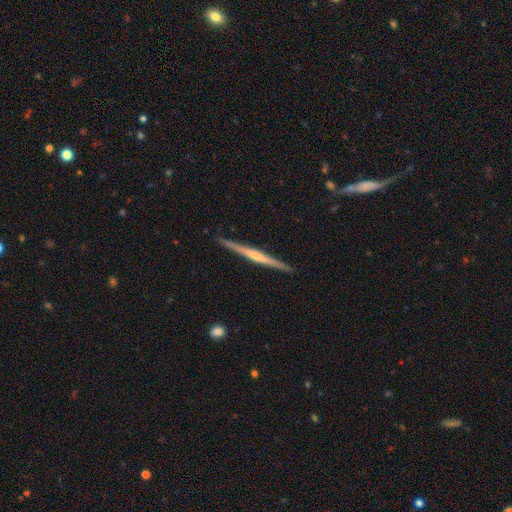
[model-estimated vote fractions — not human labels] A featured or disk galaxy (68%) viewed edge-on (98%) with no central bulge (50%). Merging: none (91%).